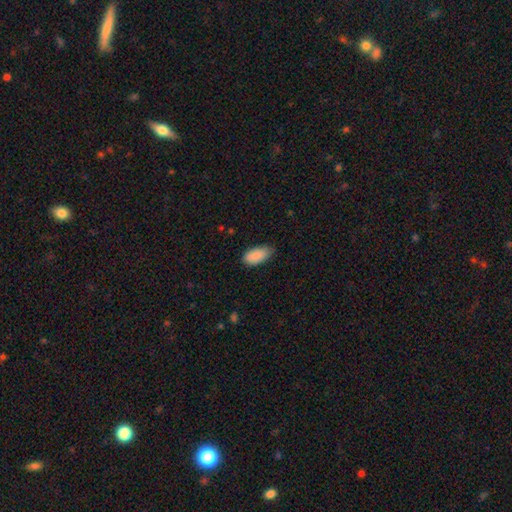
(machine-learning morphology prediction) This appears to be a smooth galaxy with no disk features (90%) that is in between round and cigar-shaped (93%). Merging: none (72%).